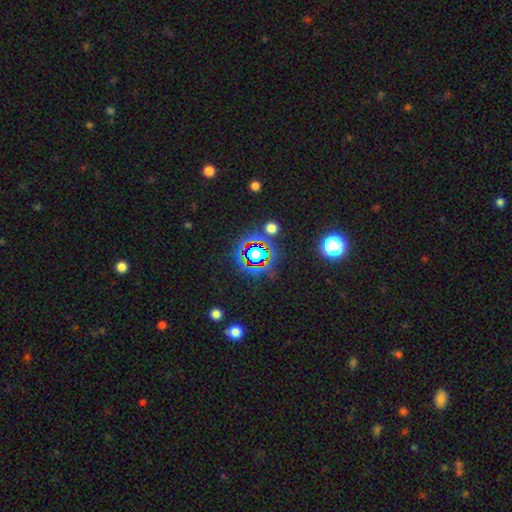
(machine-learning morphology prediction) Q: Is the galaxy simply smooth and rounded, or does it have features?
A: star or artifact — 78%.